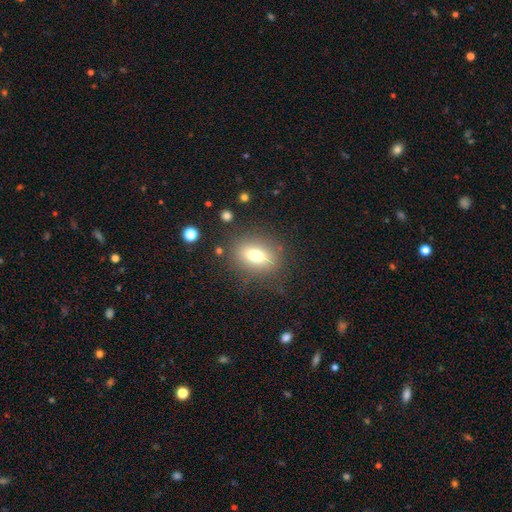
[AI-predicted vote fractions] A smooth galaxy with no disk features (69%) that is in between round and cigar-shaped (65%). Merging: none (81%).